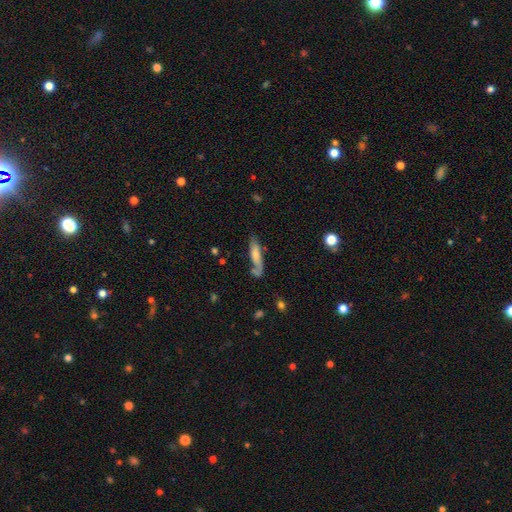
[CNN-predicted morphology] Smooth or featured?
  - featured or disk: 50% *
  - smooth: 41%
  - star or artifact: 9%
Merging?
  - none: 61% *
  - minor disturbance: 22%
  - major disturbance: 11%
  - merger: 6%